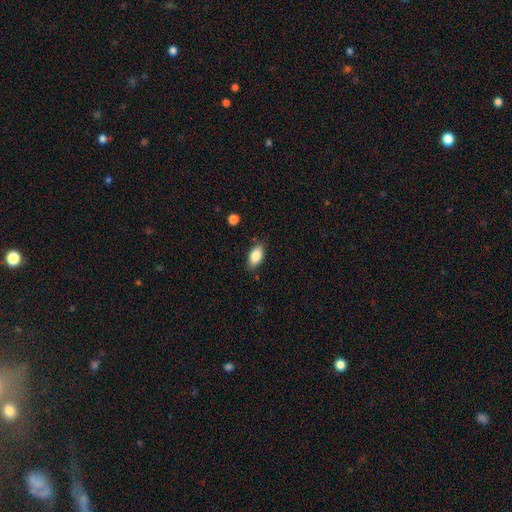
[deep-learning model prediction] The model was most divided on "merging": none: 83%, minor disturbance: 12%, major disturbance: 3%, merger: 1%. More confident: how rounded — in between (90%); smooth or featured — smooth (85%).